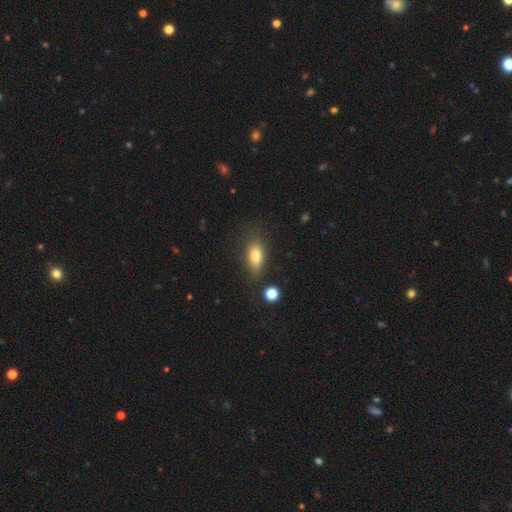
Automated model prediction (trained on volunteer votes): smooth_or_featured: smooth (p=0.79) [alt: featured or disk p=0.12]
how_rounded: in between (p=0.81) [alt: cigar-shaped p=0.12]
merging: none (p=0.75) [alt: minor disturbance p=0.16]